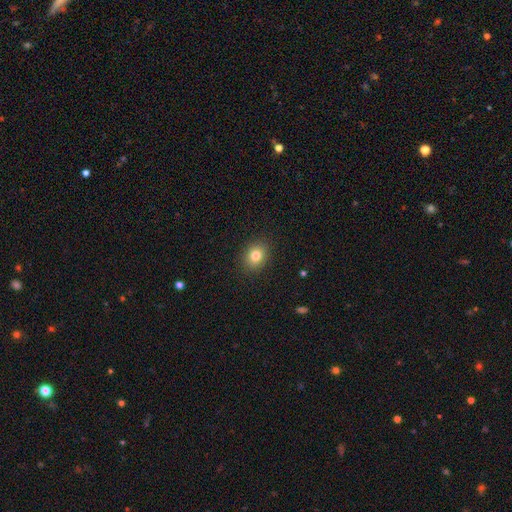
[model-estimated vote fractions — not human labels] Morphology: type=smooth (80%); roundness=in between (50%); merging=none (90%).